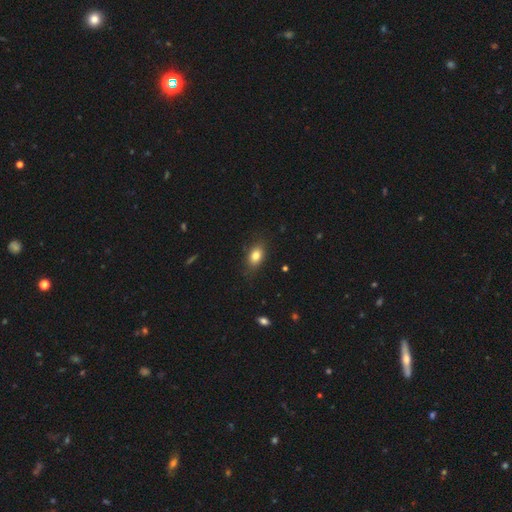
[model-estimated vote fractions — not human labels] Q: Smooth or featured?
A: smooth (82%); runner-up: featured or disk (9%)
Q: How rounded?
A: in between (84%); runner-up: round (13%)
Q: Merging?
A: none (81%); runner-up: minor disturbance (14%)